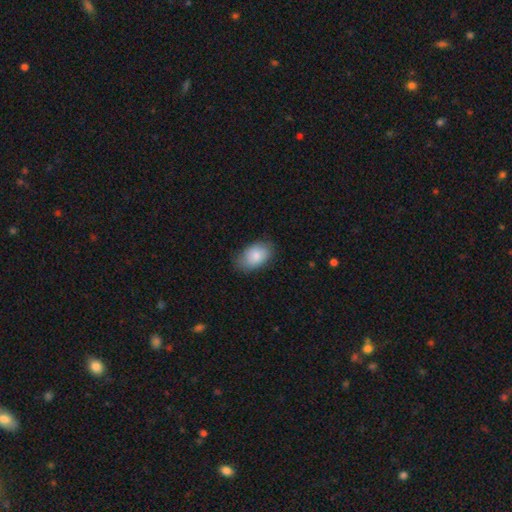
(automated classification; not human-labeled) Q: Smooth or featured?
A: smooth (85%); runner-up: featured or disk (8%)
Q: How rounded?
A: in between (91%); runner-up: round (8%)
Q: Merging?
A: none (75%); runner-up: minor disturbance (20%)